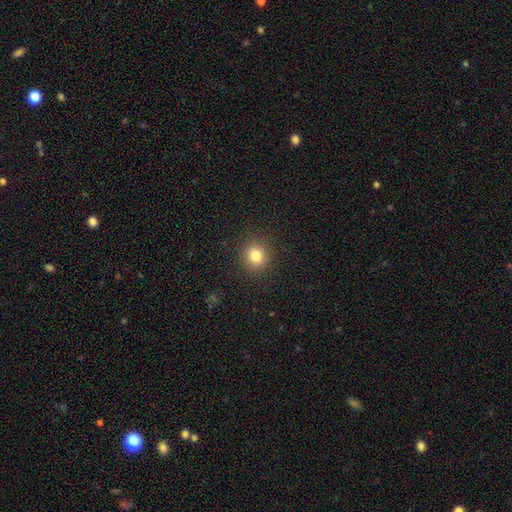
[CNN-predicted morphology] Q: Smooth or featured?
A: smooth (82%); runner-up: star or artifact (12%)
Q: How rounded?
A: round (90%); runner-up: in between (9%)
Q: Merging?
A: none (91%); runner-up: minor disturbance (6%)